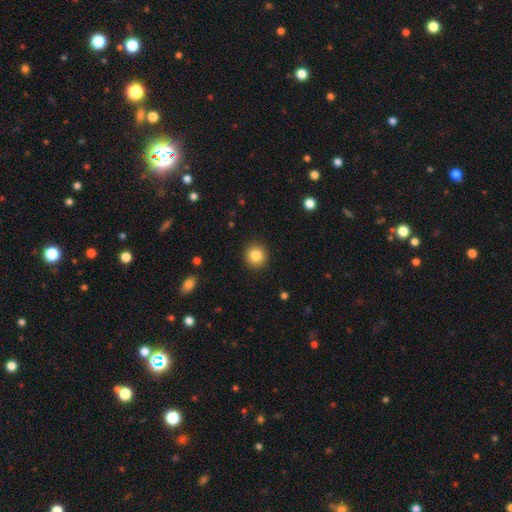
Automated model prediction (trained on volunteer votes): Smooth or featured? Predicted: smooth (p=0.85). How rounded? Predicted: round (p=0.93). Merging? Predicted: none (p=0.91).